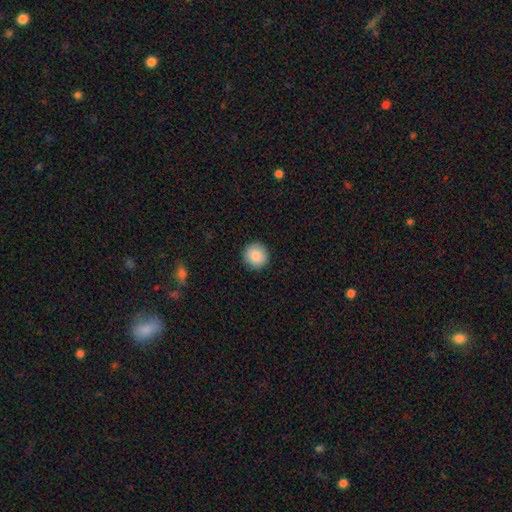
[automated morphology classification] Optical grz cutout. It shows a smooth galaxy with no disk features (87%) that is round (95%). Merging: none (91%).